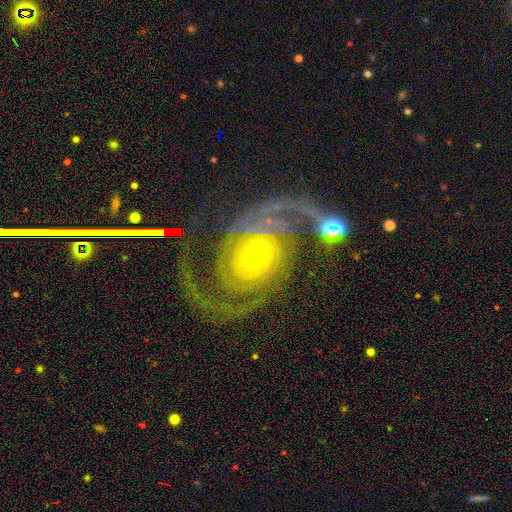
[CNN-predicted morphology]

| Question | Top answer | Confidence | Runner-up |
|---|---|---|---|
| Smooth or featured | featured or disk | 89% | star or artifact (7%) |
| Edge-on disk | no | 97% | yes (3%) |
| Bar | no | 77% | weak (16%) |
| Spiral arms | yes | 98% | no (2%) |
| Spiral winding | tight | 51% | medium (35%) |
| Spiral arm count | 2 | 73% | 3 (8%) |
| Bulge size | small | 78% | moderate (17%) |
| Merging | none | 61% | major disturbance (17%) |